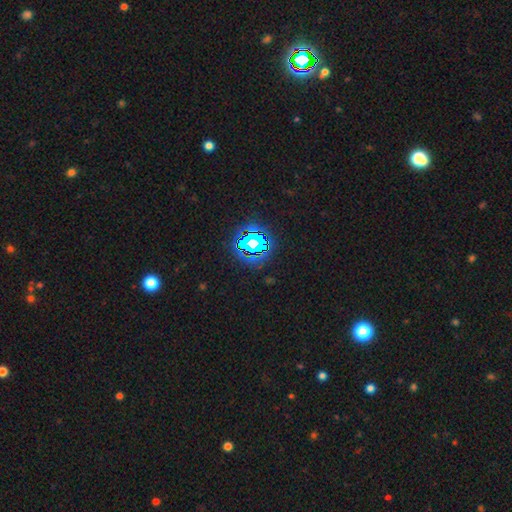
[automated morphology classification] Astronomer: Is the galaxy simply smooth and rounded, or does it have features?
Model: star or artifact — 83%.